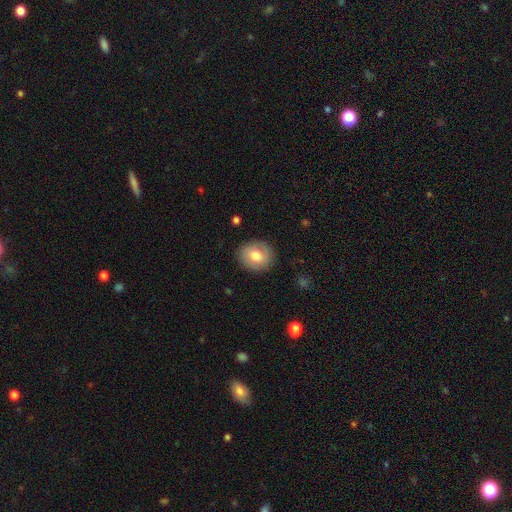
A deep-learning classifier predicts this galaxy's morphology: This appears to be a smooth galaxy with no disk features (72%) that is round (73%). Merging: none (86%).